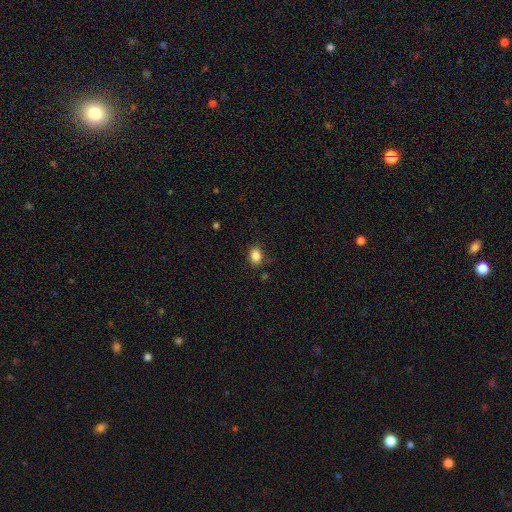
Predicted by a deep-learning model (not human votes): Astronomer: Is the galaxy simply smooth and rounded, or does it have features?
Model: smooth — 86%.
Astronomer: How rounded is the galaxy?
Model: in between — 65%.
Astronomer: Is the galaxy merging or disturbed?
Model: none — 82%.